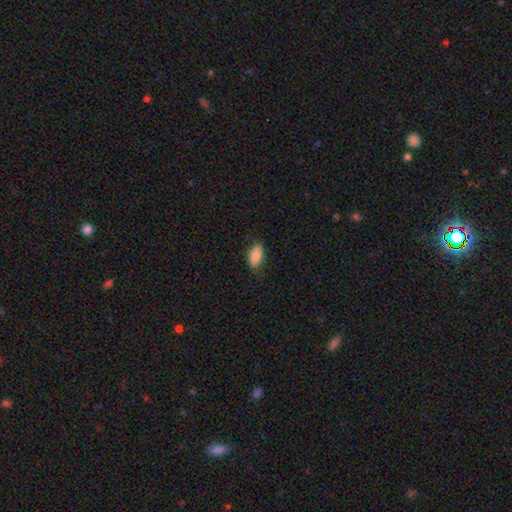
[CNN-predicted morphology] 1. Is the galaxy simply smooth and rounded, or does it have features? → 82% smooth, 11% featured or disk, 7% star or artifact.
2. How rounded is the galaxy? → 91% in between, 5% cigar-shaped, 4% round.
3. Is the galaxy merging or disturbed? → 80% none, 16% minor disturbance, 3% major disturbance, 1% merger.